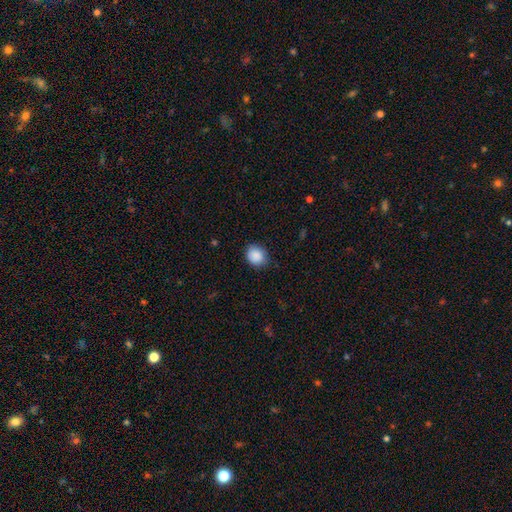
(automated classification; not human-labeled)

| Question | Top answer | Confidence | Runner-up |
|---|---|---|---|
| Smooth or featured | smooth | 89% | star or artifact (8%) |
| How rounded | round | 66% | in between (33%) |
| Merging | none | 82% | minor disturbance (14%) |